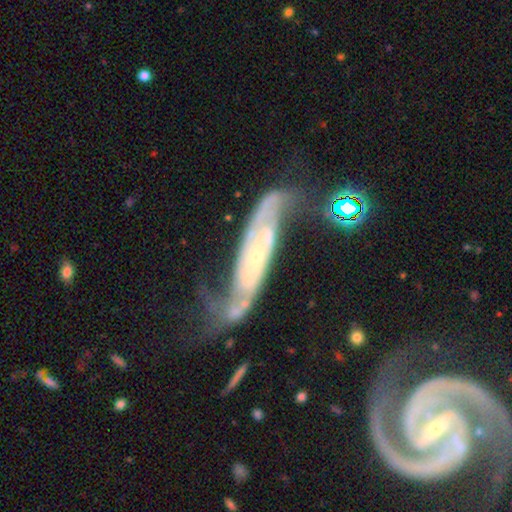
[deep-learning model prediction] Q: Smooth or featured?
A: featured or disk (84%); runner-up: smooth (9%)
Q: Edge-on disk?
A: no (83%); runner-up: yes (17%)
Q: Bar?
A: no (44%); runner-up: weak (32%)
Q: Spiral arms?
A: yes (96%); runner-up: no (4%)
Q: Spiral winding?
A: medium (41%); runner-up: loose (31%)
Q: Spiral arm count?
A: 2 (82%); runner-up: can't tell (9%)
Q: Bulge size?
A: small (72%); runner-up: moderate (16%)
Q: Merging?
A: none (44%); runner-up: major disturbance (23%)